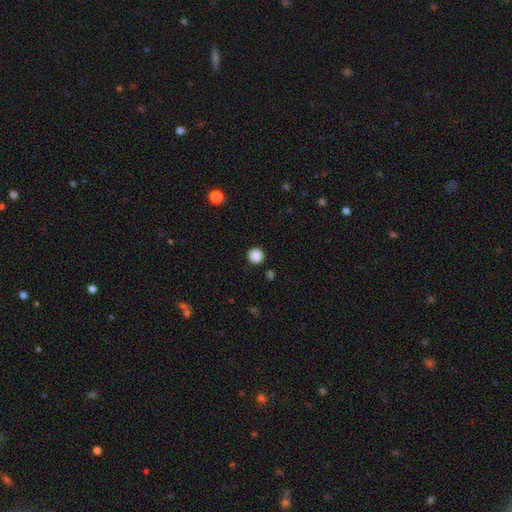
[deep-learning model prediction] A smooth galaxy with no disk features (87%) that is round (94%). Merging: none (91%).